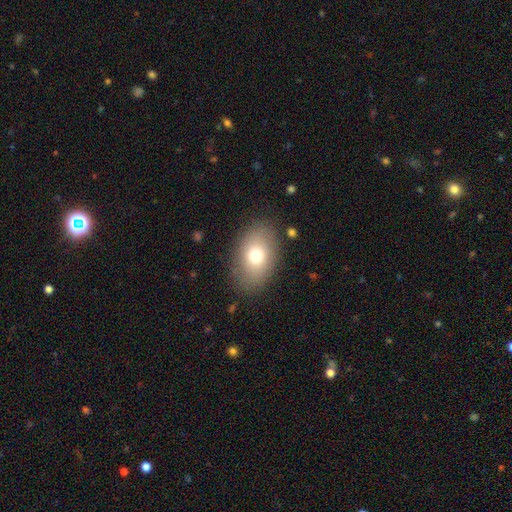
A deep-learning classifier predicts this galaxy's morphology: This appears to be a smooth galaxy with no disk features (74%) that is in between round and cigar-shaped (84%). Merging: none (83%).